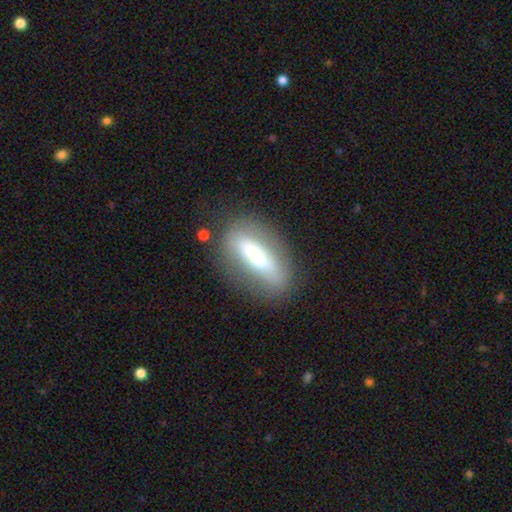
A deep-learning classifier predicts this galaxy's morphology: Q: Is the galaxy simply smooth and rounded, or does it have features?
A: featured or disk — 49%.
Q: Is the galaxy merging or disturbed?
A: none — 79%.